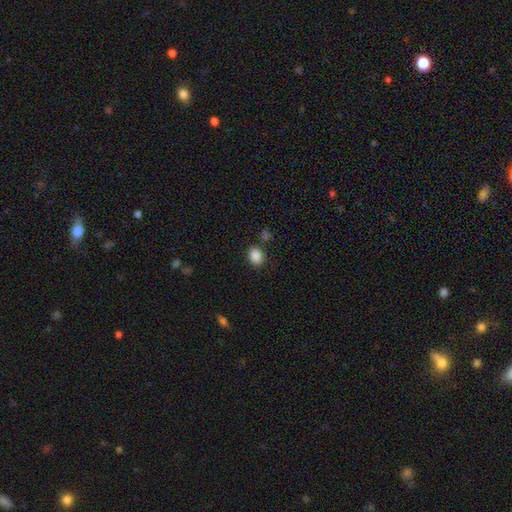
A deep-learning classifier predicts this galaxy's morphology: smooth_or_featured: smooth (p=0.87) [alt: star or artifact p=0.09]
how_rounded: in between (p=0.54) [alt: round p=0.45]
merging: none (p=0.80) [alt: minor disturbance p=0.11]